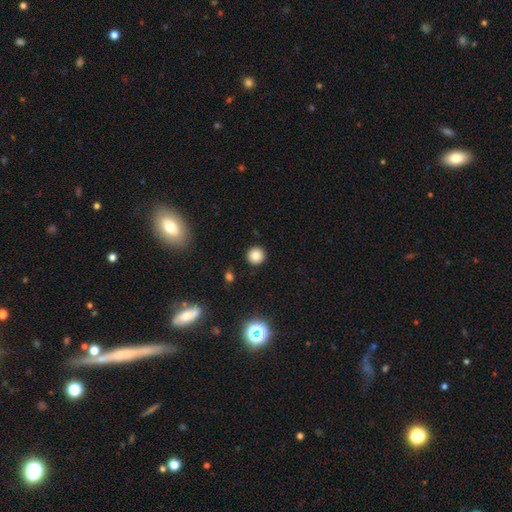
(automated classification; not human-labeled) Smooth or featured: smooth — 82% (star or artifact — 12%)
How rounded: round — 95% (in between — 4%)
Merging: none — 92% (minor disturbance — 5%)